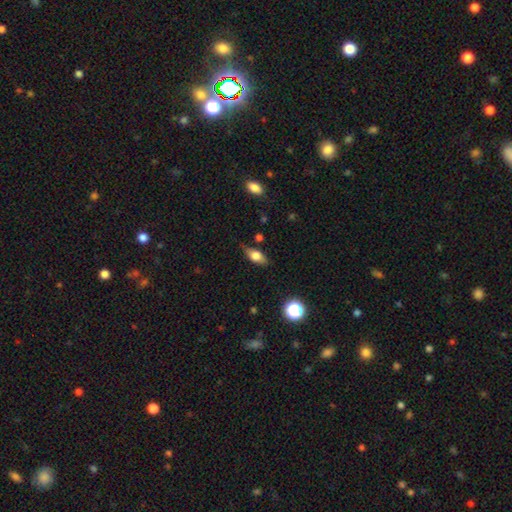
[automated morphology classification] smooth_or_featured: smooth (p=0.71) [alt: featured or disk p=0.21]
how_rounded: in between (p=0.80) [alt: cigar-shaped p=0.12]
merging: none (p=0.73) [alt: minor disturbance p=0.20]